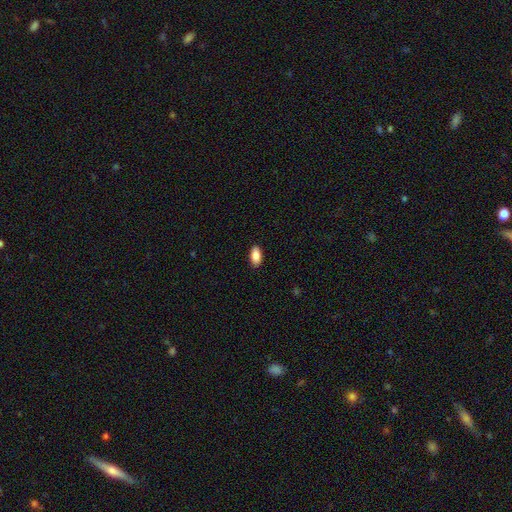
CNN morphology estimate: The model was most divided on "smooth or featured": smooth: 88%, star or artifact: 7%, featured or disk: 5%. More confident: how rounded — in between (92%); merging — none (90%).